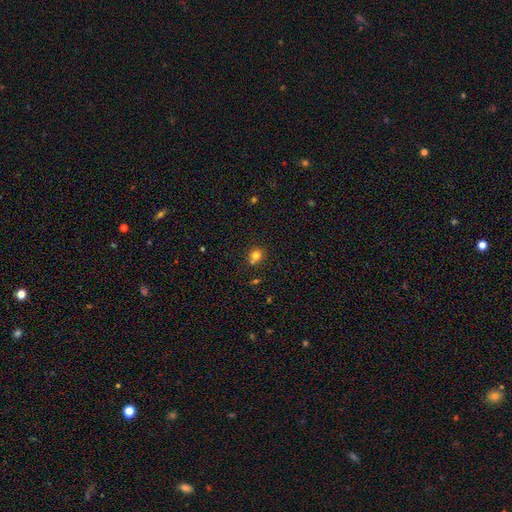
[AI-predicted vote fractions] smooth-or-featured: smooth: 77% | star or artifact: 15% | featured or disk: 8%
  how-rounded: round: 83% | in between: 16% | cigar-shaped: 1%
  merging: none: 69% | merger: 19% | minor disturbance: 10% | major disturbance: 3%